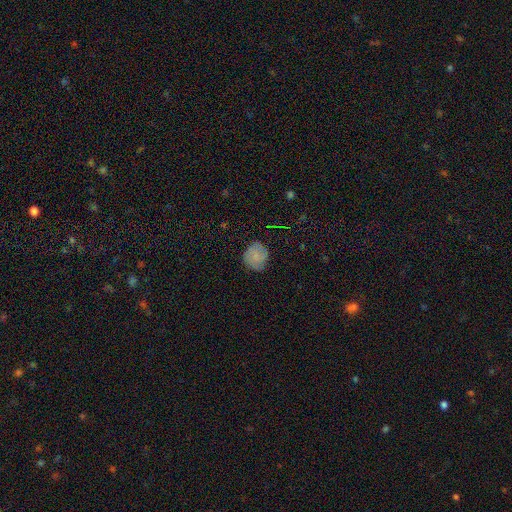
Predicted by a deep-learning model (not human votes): Morphology: type=smooth (65%); roundness=round (74%); merging=none (72%).